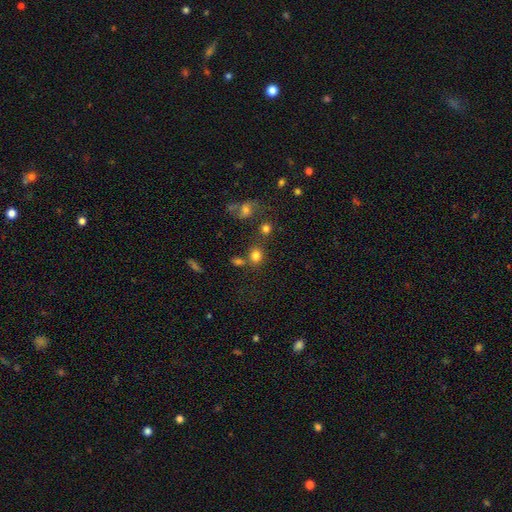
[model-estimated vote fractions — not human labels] Smooth or featured: smooth — 79% (star or artifact — 14%)
How rounded: round — 65% (in between — 34%)
Merging: none — 64% (merger — 18%)